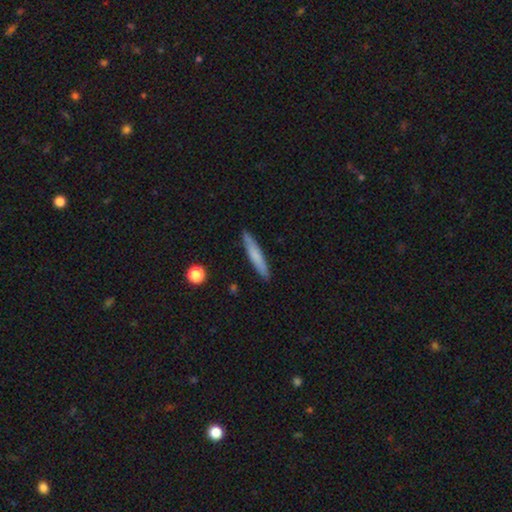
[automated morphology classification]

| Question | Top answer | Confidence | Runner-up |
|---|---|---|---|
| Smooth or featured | smooth | 69% | featured or disk (25%) |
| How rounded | cigar-shaped | 94% | in between (5%) |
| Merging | none | 90% | minor disturbance (7%) |